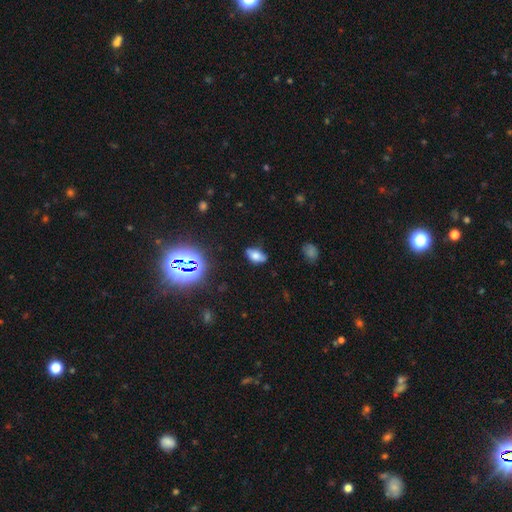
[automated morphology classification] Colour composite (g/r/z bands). It shows a smooth galaxy with no disk features (64%) that is in between round and cigar-shaped (88%). Merging: none (79%).